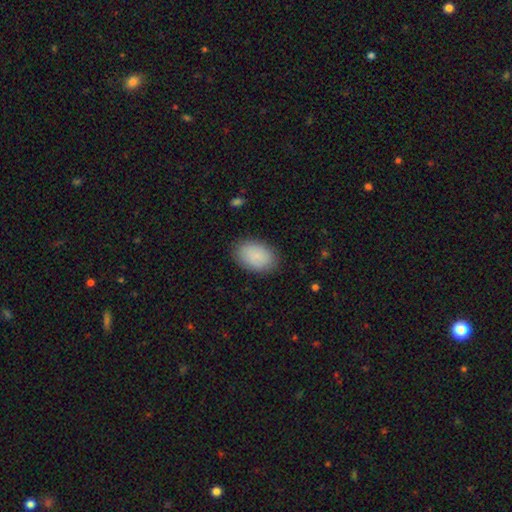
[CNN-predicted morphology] A smooth galaxy with no disk features (88%) that is in between round and cigar-shaped (88%). Merging: none (86%).